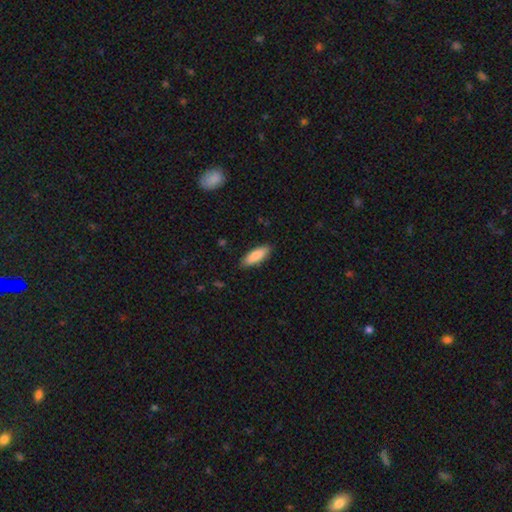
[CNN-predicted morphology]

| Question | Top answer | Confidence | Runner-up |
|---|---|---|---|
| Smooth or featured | smooth | 87% | featured or disk (7%) |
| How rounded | in between | 64% | cigar-shaped (34%) |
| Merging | none | 87% | minor disturbance (10%) |